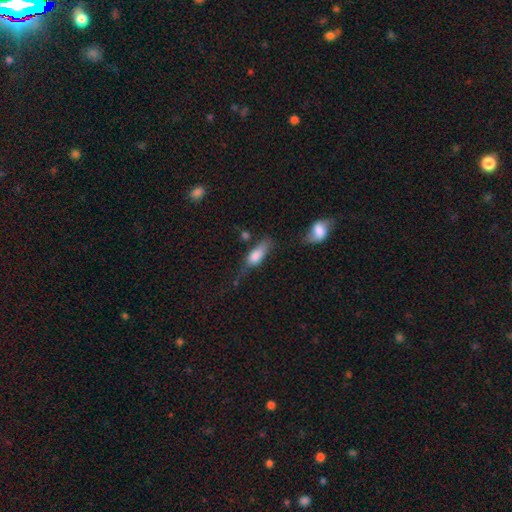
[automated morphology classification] The model was most divided on "merging": none: 41%, minor disturbance: 31%, major disturbance: 19%, merger: 9%. More confident: smooth or featured — smooth (75%); how rounded — in between (72%).